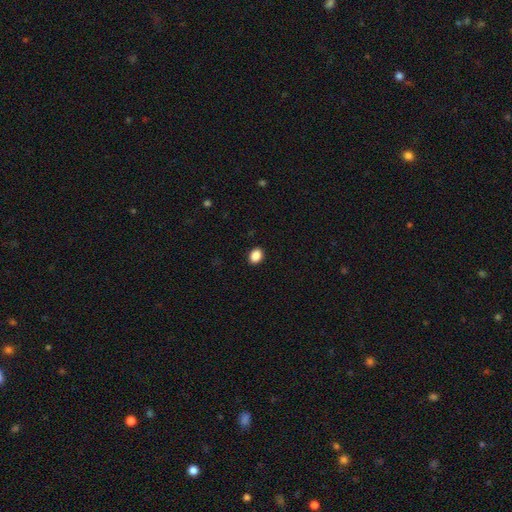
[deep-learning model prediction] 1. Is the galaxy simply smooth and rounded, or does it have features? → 88% smooth, 9% star or artifact, 3% featured or disk.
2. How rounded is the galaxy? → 63% in between, 36% round, 1% cigar-shaped.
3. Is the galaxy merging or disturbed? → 91% none, 6% minor disturbance, 2% major disturbance, 1% merger.